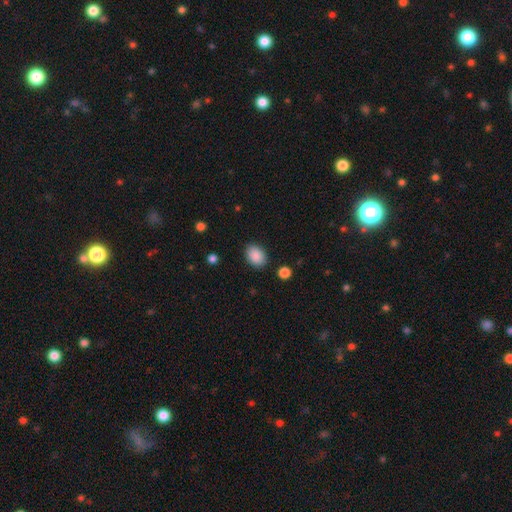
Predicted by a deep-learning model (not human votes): smooth_or_featured: smooth (p=0.89) [alt: star or artifact p=0.08]
how_rounded: in between (p=0.74) [alt: round p=0.25]
merging: none (p=0.85) [alt: minor disturbance p=0.11]